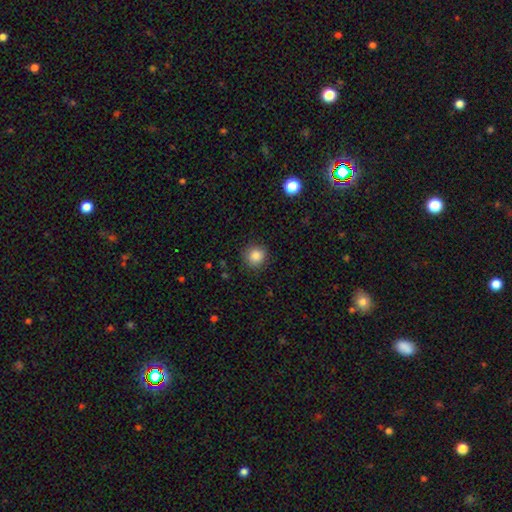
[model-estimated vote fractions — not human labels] A smooth galaxy with no disk features (86%) that is round (91%). Merging: none (88%).